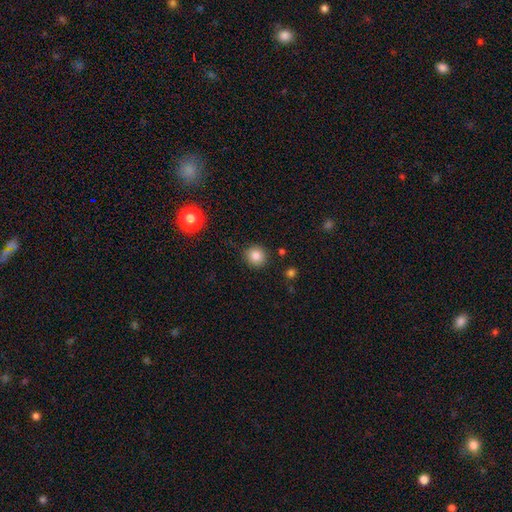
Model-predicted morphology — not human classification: Smooth or featured? smooth (84%)
How rounded? round (91%)
Merging? none (89%)